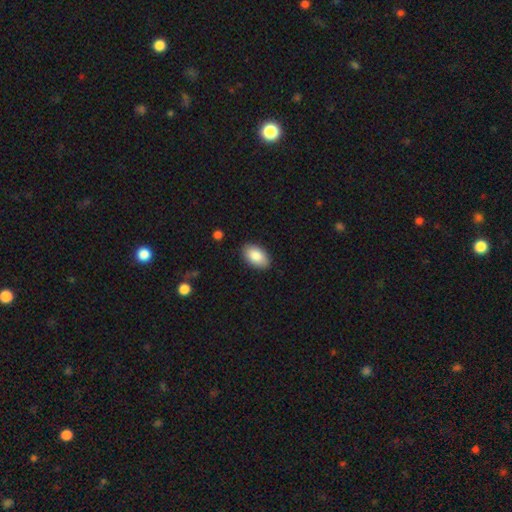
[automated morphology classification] smooth-or-featured: smooth: 86% | featured or disk: 7% | star or artifact: 6%
  how-rounded: in between: 94% | round: 4% | cigar-shaped: 1%
  merging: none: 87% | minor disturbance: 10% | major disturbance: 2% | merger: 1%